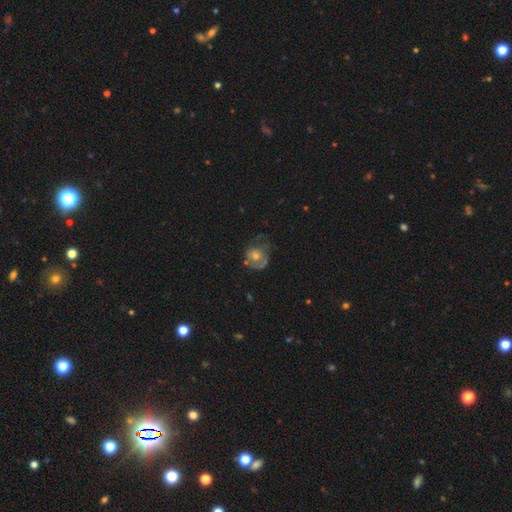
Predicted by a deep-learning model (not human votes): A featured or disk galaxy (56%) with no bar (84%), spiral arms (60%) and a moderate central bulge (60%).

Vote fractions:
- Smooth or featured? featured or disk: 56% / smooth: 33% / star or artifact: 11%
- Edge-on disk? no: 97% / yes: 3%
- Bar? no: 84% / weak: 14% / strong: 2%
- Spiral arms? yes: 60% / no: 40%
- Bulge size? moderate: 60% / small: 27% / large: 9% / none: 3% / dominant: 1%
- Merging? none: 49% / minor disturbance: 24% / major disturbance: 23% / merger: 3%